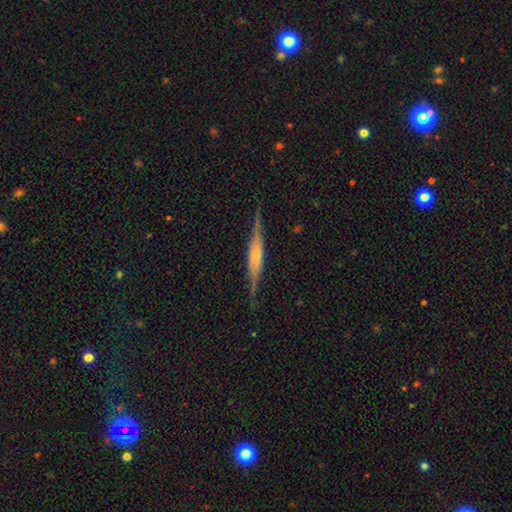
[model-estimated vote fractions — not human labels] The model was most divided on "edge-on bulge": boxy: 41%, rounded: 40%, none: 19%. More confident: edge-on disk — yes (96%); merging — none (83%); smooth or featured — featured or disk (69%).